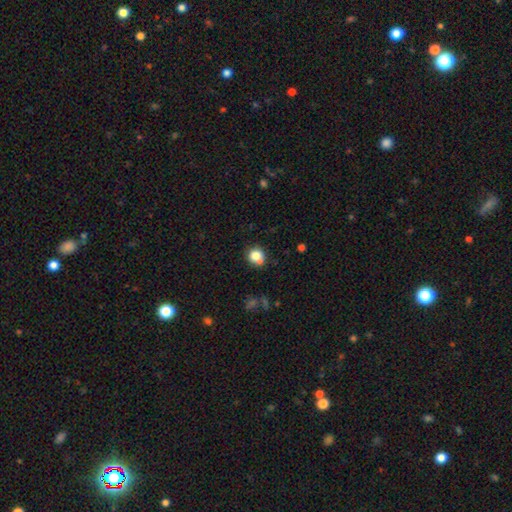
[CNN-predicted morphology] type=smooth (80%); roundness=round (83%); merging=none (64%).